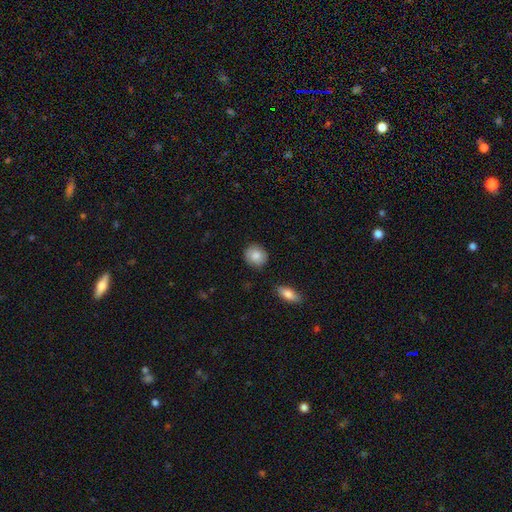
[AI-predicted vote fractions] Morphology: type=smooth (85%); roundness=round (78%); merging=none (85%).